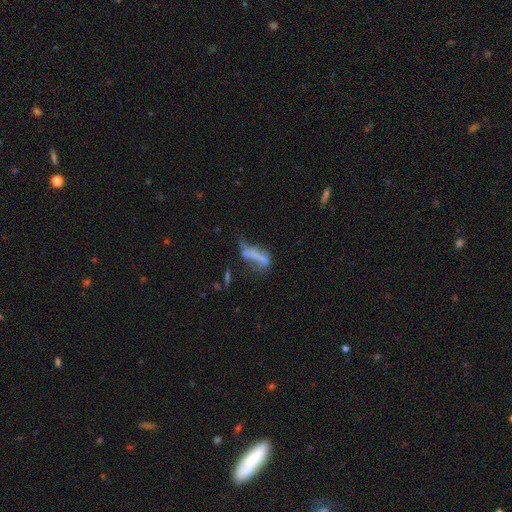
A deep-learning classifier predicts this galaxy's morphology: Smooth or featured?
  - smooth: 46% *
  - featured or disk: 39%
  - star or artifact: 14%
Merging?
  - major disturbance: 35% *
  - none: 27%
  - minor disturbance: 22%
  - merger: 16%